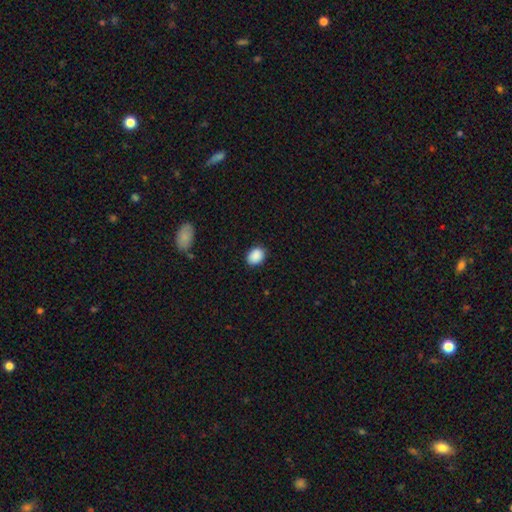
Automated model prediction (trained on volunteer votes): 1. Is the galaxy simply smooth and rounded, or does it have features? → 90% smooth, 8% star or artifact, 3% featured or disk.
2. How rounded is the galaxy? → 62% in between, 37% round, 1% cigar-shaped.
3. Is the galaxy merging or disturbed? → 87% none, 9% minor disturbance, 2% major disturbance, 1% merger.